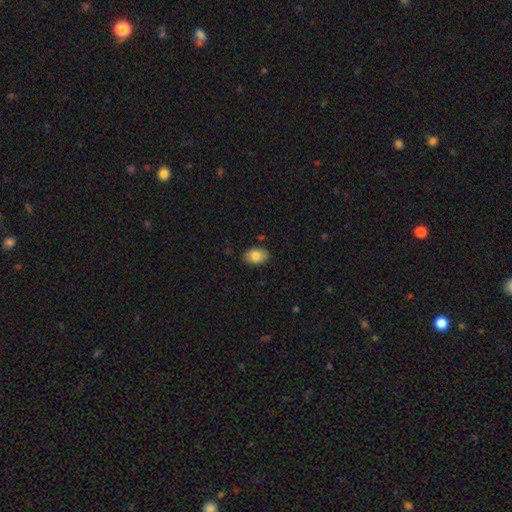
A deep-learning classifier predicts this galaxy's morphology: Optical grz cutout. It shows a smooth galaxy with no disk features (82%) that is in between round and cigar-shaped (85%). Merging: none (86%).